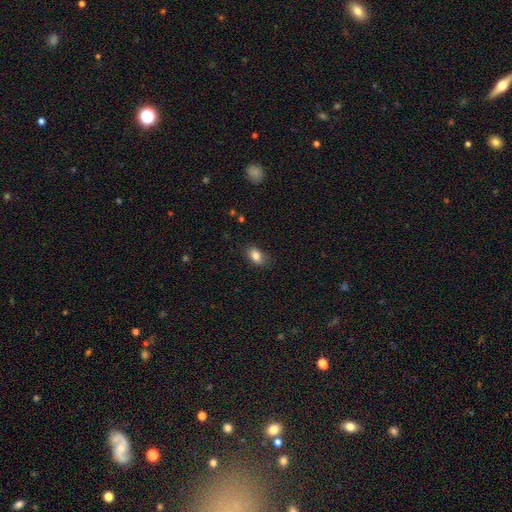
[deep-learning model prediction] Smooth or featured? smooth (84%)
How rounded? in between (85%)
Merging? none (80%)